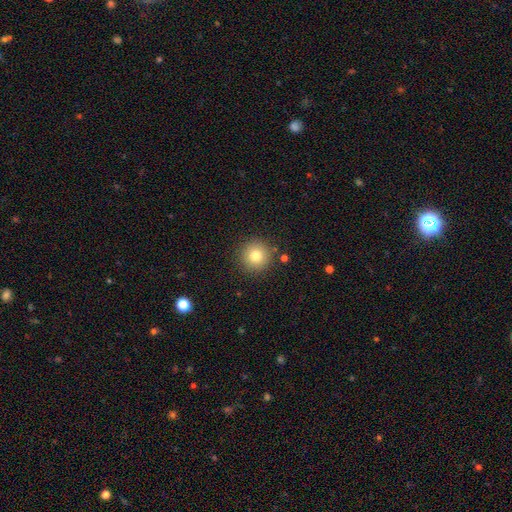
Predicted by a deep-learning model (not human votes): The model was most divided on "smooth or featured": smooth: 80%, star or artifact: 11%, featured or disk: 9%. More confident: how rounded — round (95%); merging — none (88%).